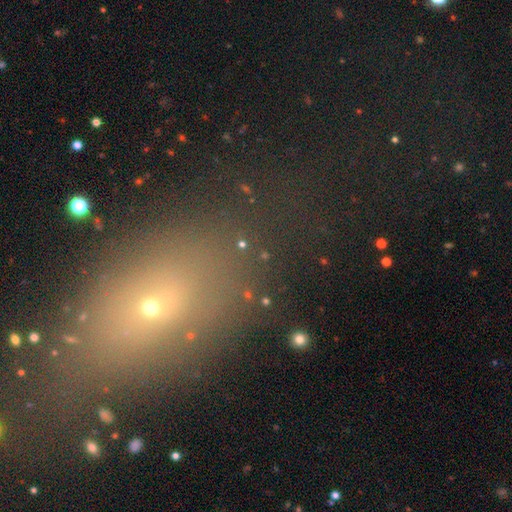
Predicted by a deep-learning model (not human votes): Smooth or featured? Predicted: smooth (p=0.48). Merging? Predicted: none (p=0.72).